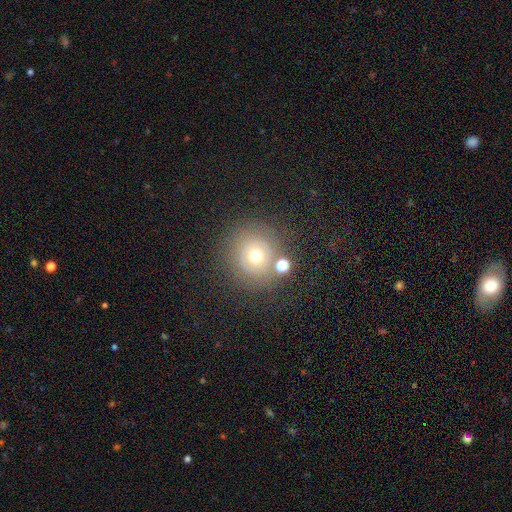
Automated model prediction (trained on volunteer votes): Q: Smooth or featured?
A: smooth (56%); runner-up: featured or disk (26%)
Q: How rounded?
A: round (92%); runner-up: in between (7%)
Q: Merging?
A: none (74%); runner-up: minor disturbance (11%)